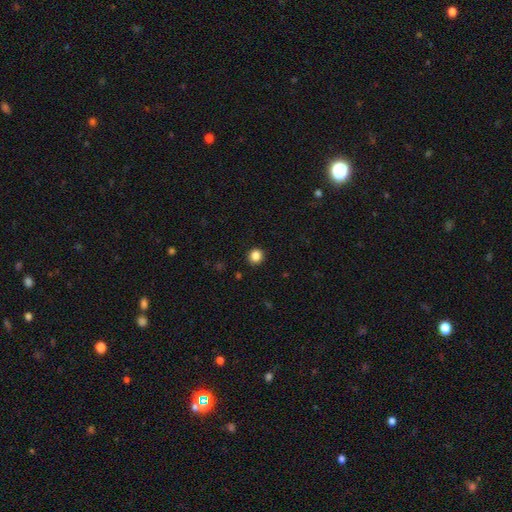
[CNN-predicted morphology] This appears to be a smooth galaxy with no disk features (85%) that is round (89%). Merging: none (92%).